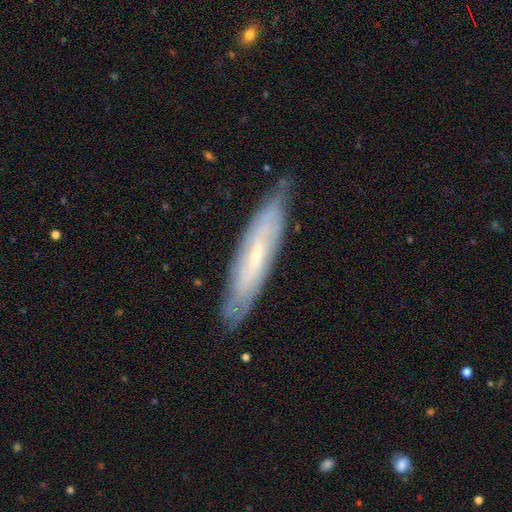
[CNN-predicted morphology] The model was most divided on "edge-on disk": no: 54%, yes: 46%. More confident: merging — none (80%); smooth or featured — featured or disk (68%).